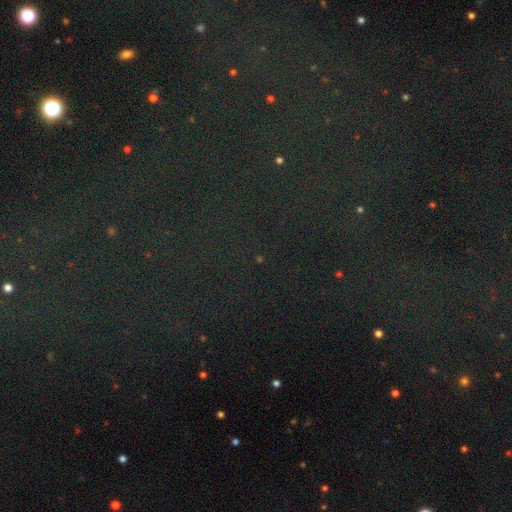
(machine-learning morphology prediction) type=star or artifact (81%).